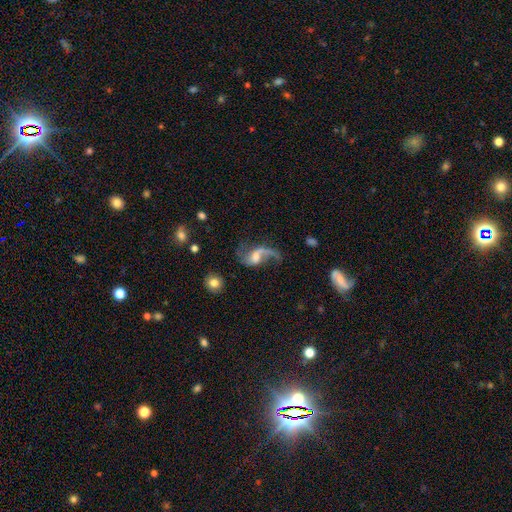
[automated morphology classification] The model was most divided on "bar": weak: 45%, no: 40%, strong: 14%. Remaining: edge-on disk — no (97%); spiral arms — yes (94%); spiral winding — loose (85%); smooth or featured — featured or disk (84%); spiral arm count — 2 (80%); merging — none (51%); bulge size — moderate (46%).